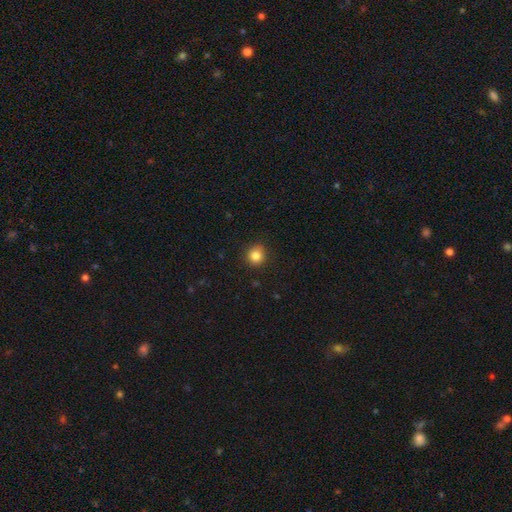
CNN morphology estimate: smooth_or_featured: smooth (p=0.84) [alt: star or artifact p=0.11]
how_rounded: round (p=0.90) [alt: in between p=0.09]
merging: none (p=0.89) [alt: minor disturbance p=0.08]